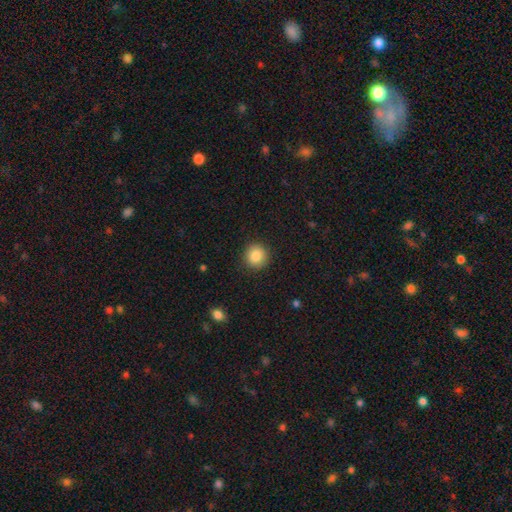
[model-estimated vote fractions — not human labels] Smooth or featured: smooth — 86% (star or artifact — 9%)
How rounded: round — 92% (in between — 7%)
Merging: none — 91% (minor disturbance — 6%)